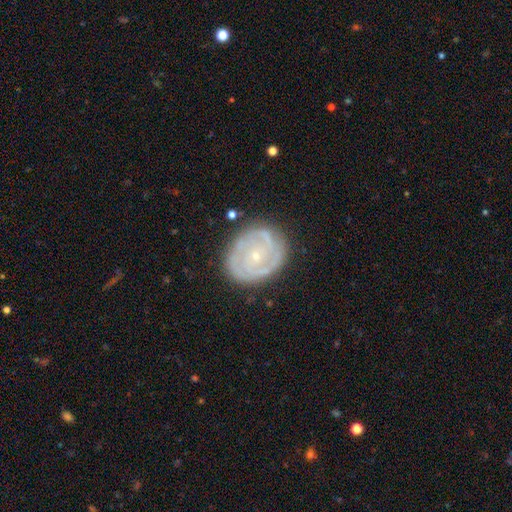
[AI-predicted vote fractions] This appears to be a featured or disk galaxy (79%) with no bar (78%), 2 (33%) tight (71%) spiral arms (87%) and a small central bulge (83%). Merging: none (79%).